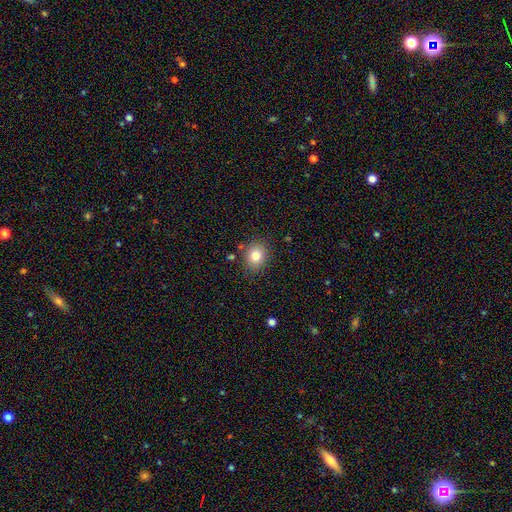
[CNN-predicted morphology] Q: Smooth or featured?
A: smooth (81%); runner-up: star or artifact (11%)
Q: How rounded?
A: round (60%); runner-up: in between (39%)
Q: Merging?
A: none (84%); runner-up: minor disturbance (10%)